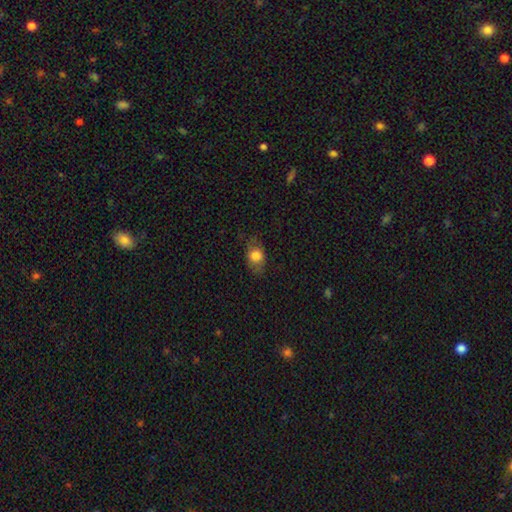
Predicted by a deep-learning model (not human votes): Q: Smooth or featured?
A: smooth (74%); runner-up: featured or disk (17%)
Q: How rounded?
A: in between (71%); runner-up: round (26%)
Q: Merging?
A: none (72%); runner-up: minor disturbance (20%)